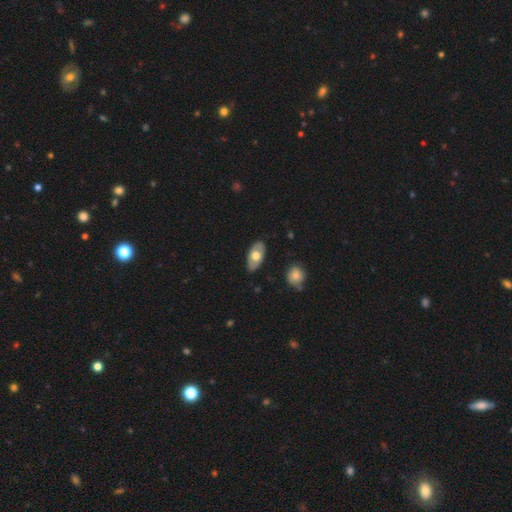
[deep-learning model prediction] smooth-or-featured: smooth: 58% | featured or disk: 37% | star or artifact: 5%
  how-rounded: in between: 92% | round: 5% | cigar-shaped: 3%
  merging: none: 84% | minor disturbance: 12% | major disturbance: 2% | merger: 1%